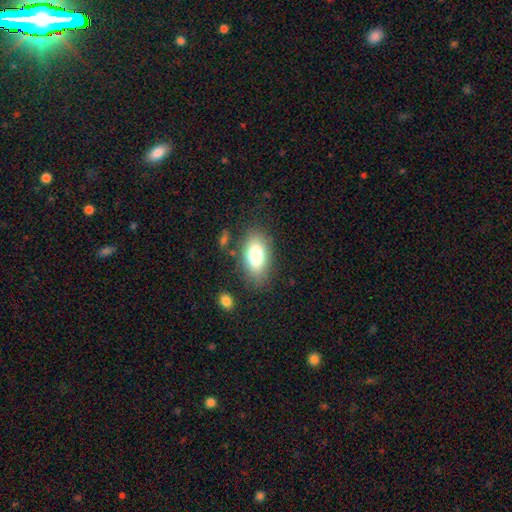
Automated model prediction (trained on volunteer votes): A smooth galaxy with no disk features (78%) that is in between round and cigar-shaped (90%). Merging: none (79%).